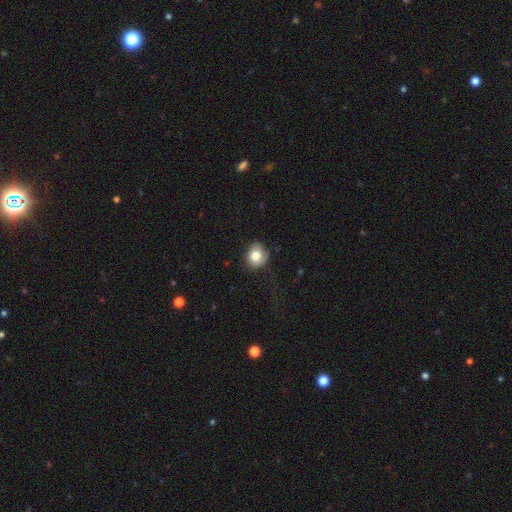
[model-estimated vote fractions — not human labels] Morphology: type=smooth (81%); roundness=round (70%); merging=none (73%).